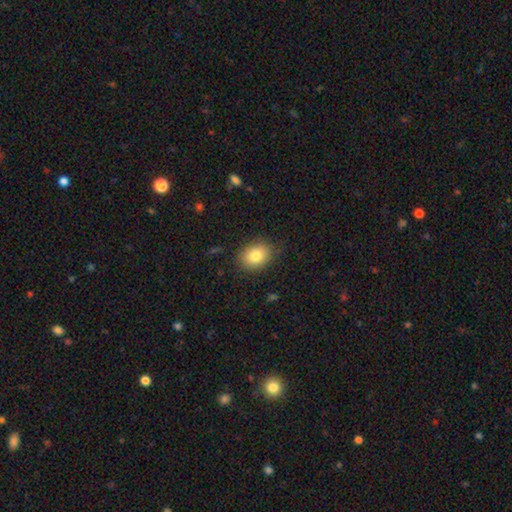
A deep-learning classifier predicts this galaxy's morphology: smooth-or-featured: smooth: 82% | featured or disk: 9% | star or artifact: 9%
  how-rounded: in between: 63% | round: 36% | cigar-shaped: 1%
  merging: none: 82% | minor disturbance: 14% | major disturbance: 3% | merger: 1%